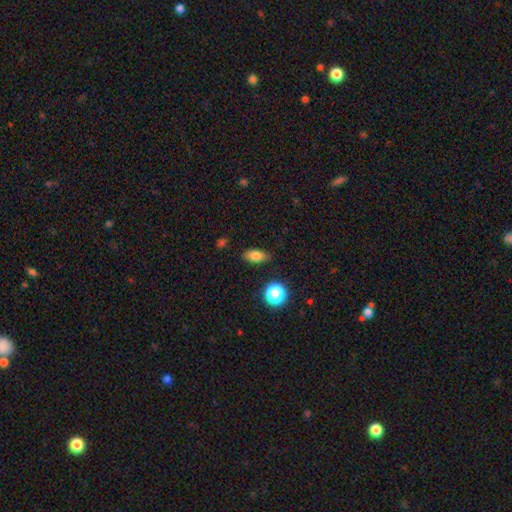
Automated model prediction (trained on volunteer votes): Morphology: type=smooth (77%); roundness=in between (80%); merging=none (85%).